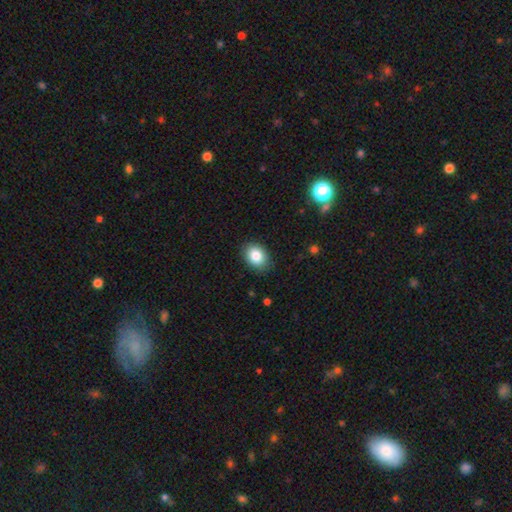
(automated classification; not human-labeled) This is clearly a smooth galaxy (84%). How rounded: likely in between (67%). Merging: clearly none (87%).